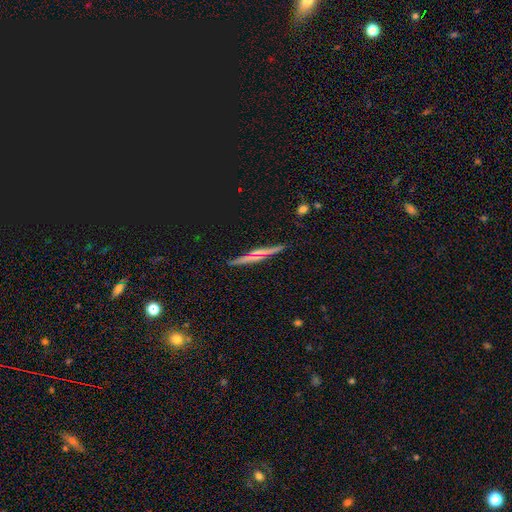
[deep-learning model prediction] The model was most divided on "edge-on bulge": rounded: 48%, none: 41%, boxy: 11%. More confident: edge-on disk — yes (96%); merging — none (87%); smooth or featured — featured or disk (63%).